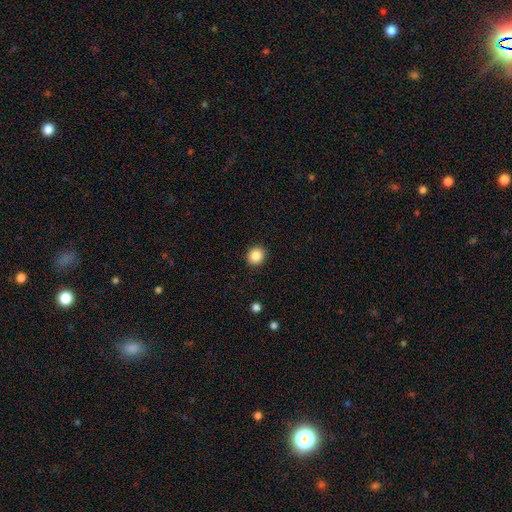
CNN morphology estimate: Smooth or featured: smooth — 86% (star or artifact — 10%)
How rounded: round — 85% (in between — 14%)
Merging: none — 91% (minor disturbance — 6%)